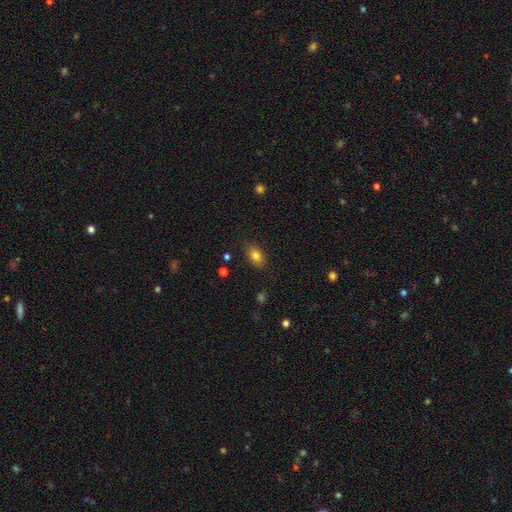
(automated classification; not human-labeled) A smooth galaxy with no disk features (83%) that is in between round and cigar-shaped (80%). Merging: none (85%).